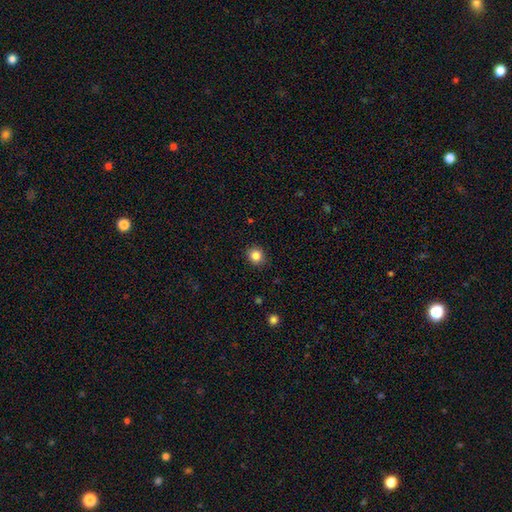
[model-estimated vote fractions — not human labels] A smooth galaxy with no disk features (85%) that is round (79%). Merging: none (89%).